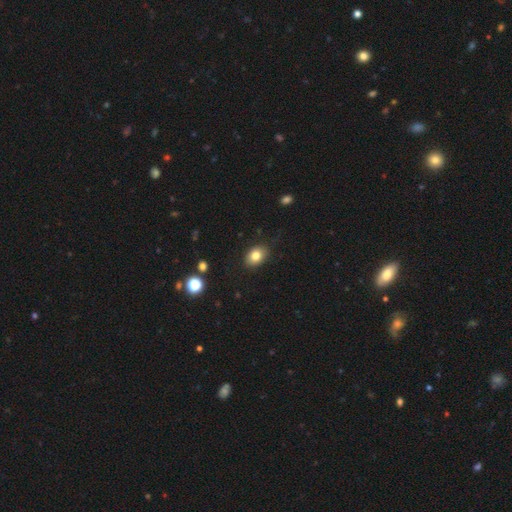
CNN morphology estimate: Smooth or featured? Predicted: smooth (p=0.81). How rounded? Predicted: in between (p=0.71). Merging? Predicted: none (p=0.86).